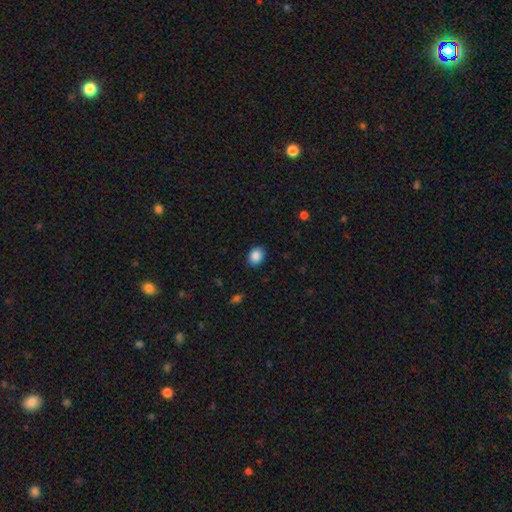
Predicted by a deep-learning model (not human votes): This appears to be a smooth galaxy with no disk features (88%) that is in between round and cigar-shaped (59%). Merging: none (89%).